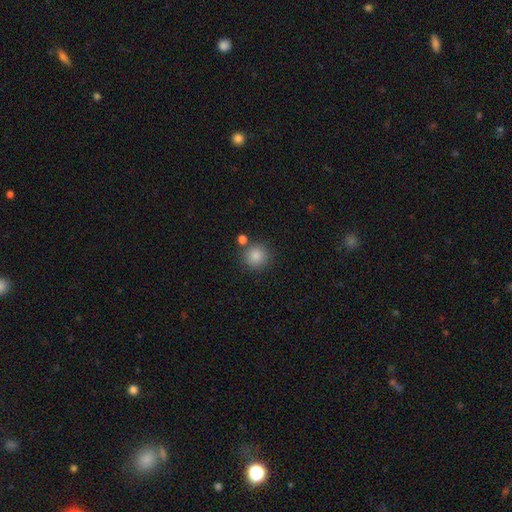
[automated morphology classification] This is clearly a smooth galaxy (86%). How rounded: clearly round (92%). Merging: clearly none (81%).